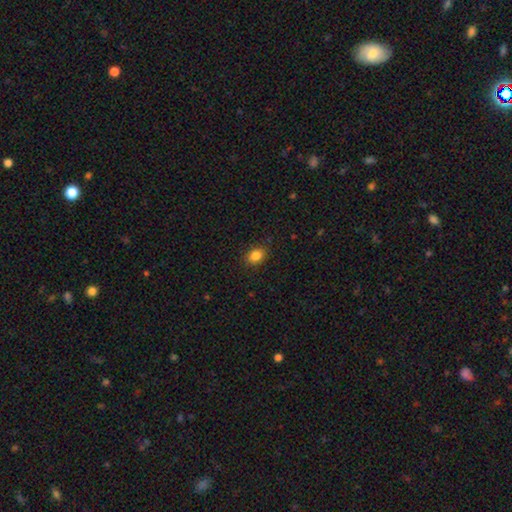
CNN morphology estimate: Smooth or featured? smooth (85%)
How rounded? in between (62%)
Merging? none (87%)